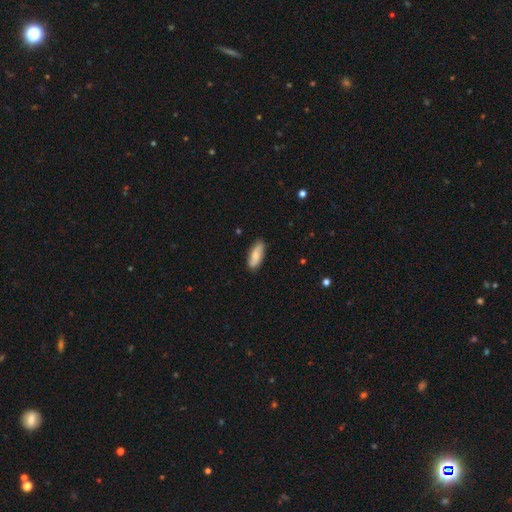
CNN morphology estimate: Smooth or featured? smooth (77%)
How rounded? in between (70%)
Merging? none (84%)